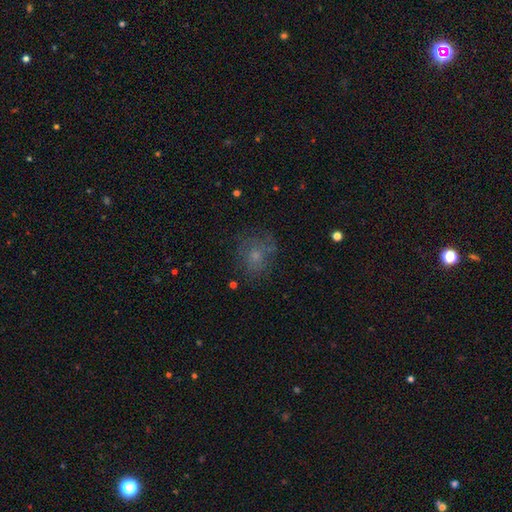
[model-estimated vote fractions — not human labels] A smooth galaxy with no disk features (52%) that is round (71%). Merging: none (66%).